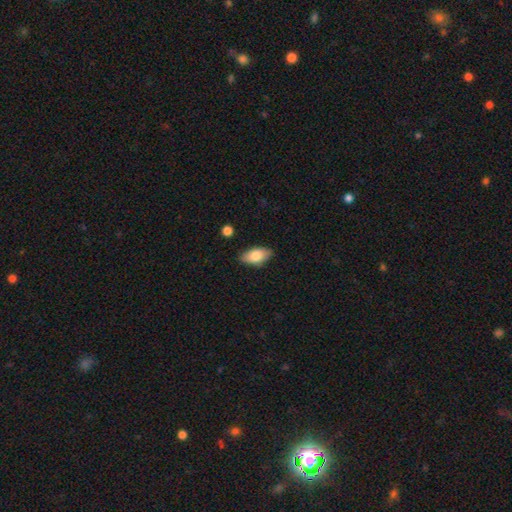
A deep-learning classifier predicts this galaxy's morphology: Overall: smooth (82%). How rounded: in between (91%). Merging: none (85%).